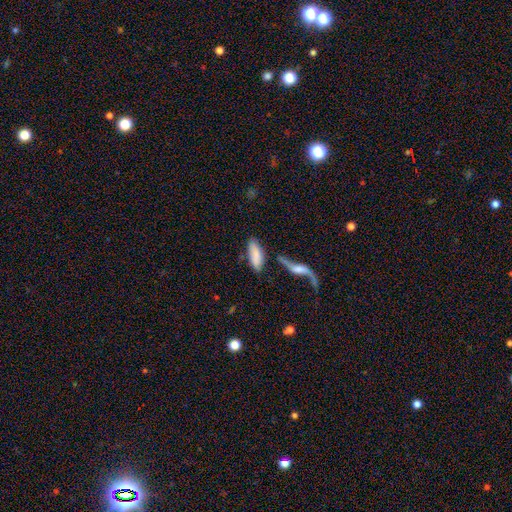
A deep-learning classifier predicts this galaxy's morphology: A smooth galaxy with no disk features (75%) that is in between round and cigar-shaped (74%). Merging: none (49%).